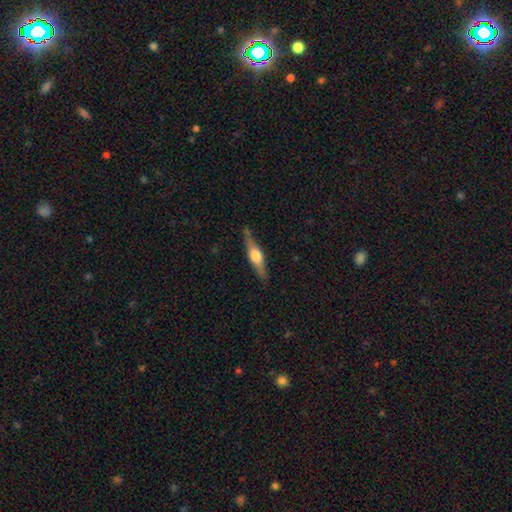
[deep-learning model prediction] Overall: featured or disk (69%). Edge-on disk: yes (97%). Edge-on bulge: rounded (92%). Merging: none (85%).